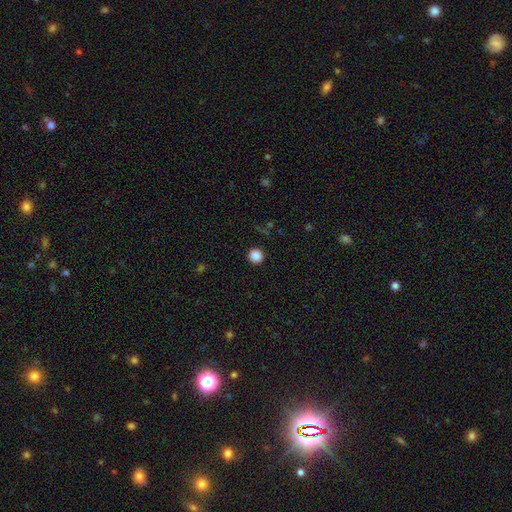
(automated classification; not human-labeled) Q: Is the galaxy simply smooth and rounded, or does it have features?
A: smooth — 87%.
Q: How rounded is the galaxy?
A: round — 94%.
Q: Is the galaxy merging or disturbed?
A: none — 91%.